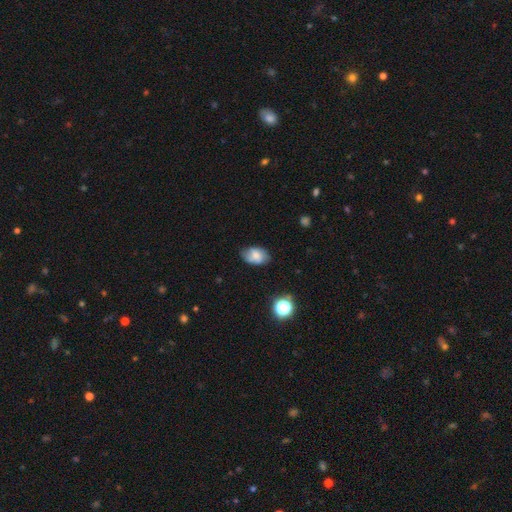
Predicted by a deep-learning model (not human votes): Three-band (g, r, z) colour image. It shows a smooth galaxy with no disk features (64%) that is in between round and cigar-shaped (85%). Merging: none (69%).